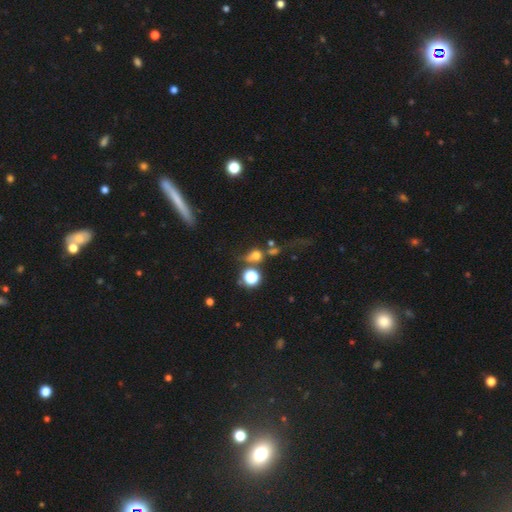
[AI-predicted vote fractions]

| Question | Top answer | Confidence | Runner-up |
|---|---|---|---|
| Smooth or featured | smooth | 59% | star or artifact (25%) |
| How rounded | round | 73% | in between (23%) |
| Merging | none | 44% | merger (26%) |